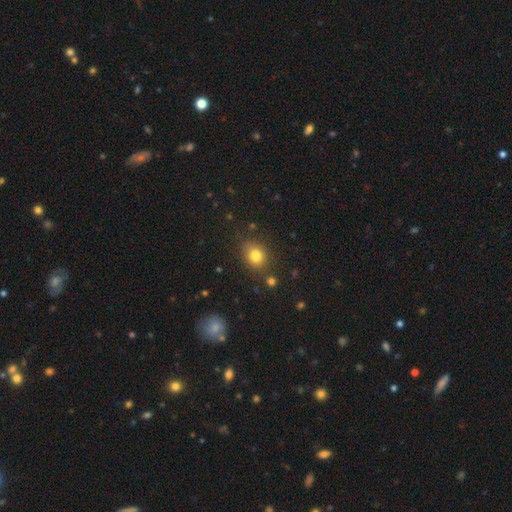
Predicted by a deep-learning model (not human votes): A smooth galaxy with no disk features (81%) that is round (57%).

Vote fractions:
- Smooth or featured? smooth: 81% / star or artifact: 12% / featured or disk: 7%
- How rounded? round: 57% / in between: 42% / cigar-shaped: 1%
- Merging? none: 78% / minor disturbance: 14% / merger: 4% / major disturbance: 4%